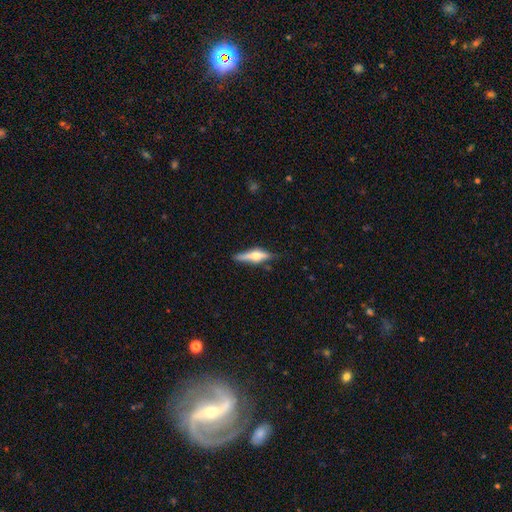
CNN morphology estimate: Smooth or featured? Predicted: featured or disk (p=0.59). Edge-on disk? Predicted: yes (p=0.94). Edge-on bulge? Predicted: rounded (p=0.90). Merging? Predicted: none (p=0.74).